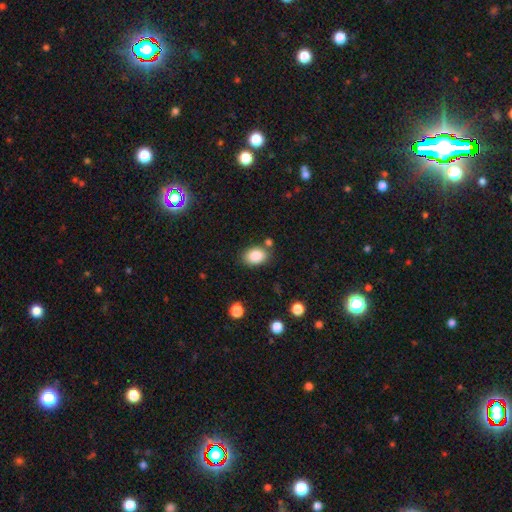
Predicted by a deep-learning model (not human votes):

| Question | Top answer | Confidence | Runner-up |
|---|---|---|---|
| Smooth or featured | smooth | 87% | star or artifact (8%) |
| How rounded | in between | 77% | round (22%) |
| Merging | none | 78% | minor disturbance (12%) |